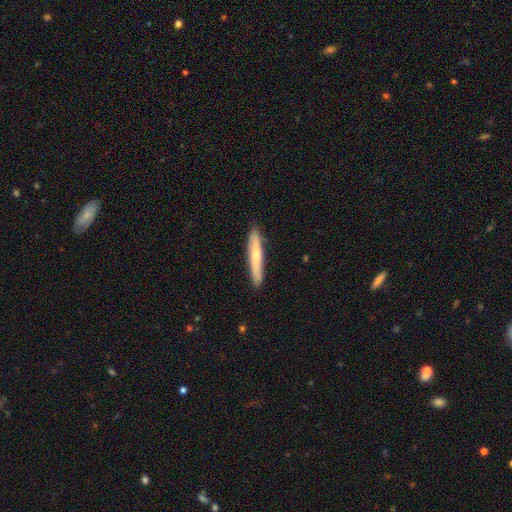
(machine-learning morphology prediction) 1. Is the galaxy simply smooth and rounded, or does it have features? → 65% smooth, 30% featured or disk, 5% star or artifact.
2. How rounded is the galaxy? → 94% cigar-shaped, 5% in between, 1% round.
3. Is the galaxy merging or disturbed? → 89% none, 8% minor disturbance, 1% major disturbance, 1% merger.